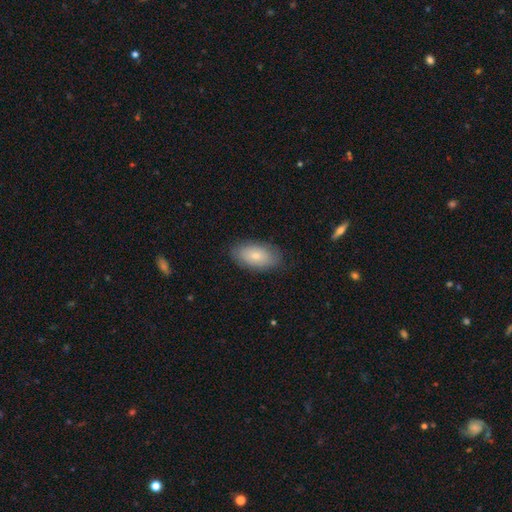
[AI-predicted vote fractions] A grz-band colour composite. It shows a smooth galaxy with no disk features (78%) that is in between round and cigar-shaped (93%). Merging: none (83%).